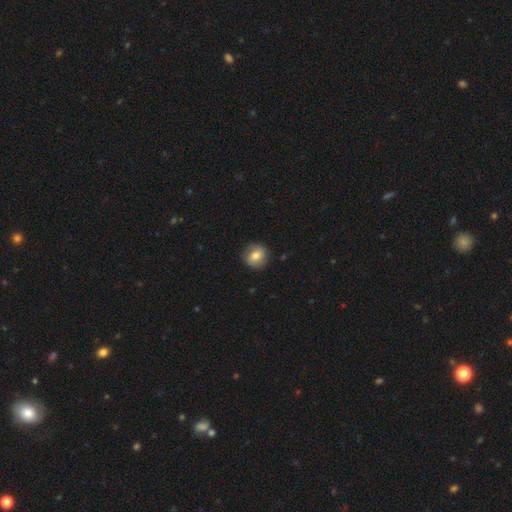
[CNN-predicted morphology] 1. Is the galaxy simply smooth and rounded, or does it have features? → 68% smooth, 23% featured or disk, 8% star or artifact.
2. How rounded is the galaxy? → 85% round, 14% in between, 1% cigar-shaped.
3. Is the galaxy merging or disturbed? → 85% none, 11% minor disturbance, 3% major disturbance, 1% merger.